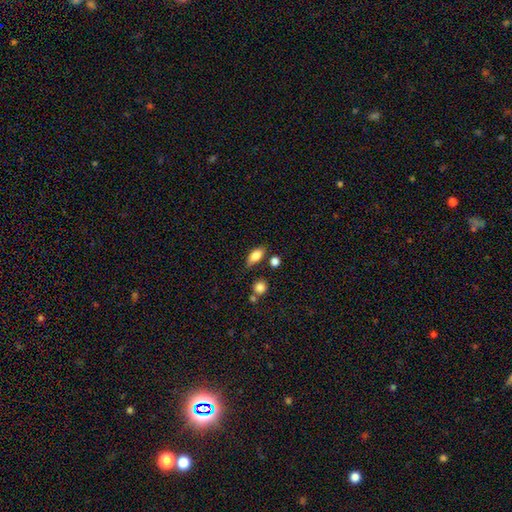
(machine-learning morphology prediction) smooth_or_featured: smooth (p=0.80) [alt: featured or disk p=0.11]
how_rounded: in between (p=0.82) [alt: cigar-shaped p=0.12]
merging: none (p=0.68) [alt: minor disturbance p=0.19]